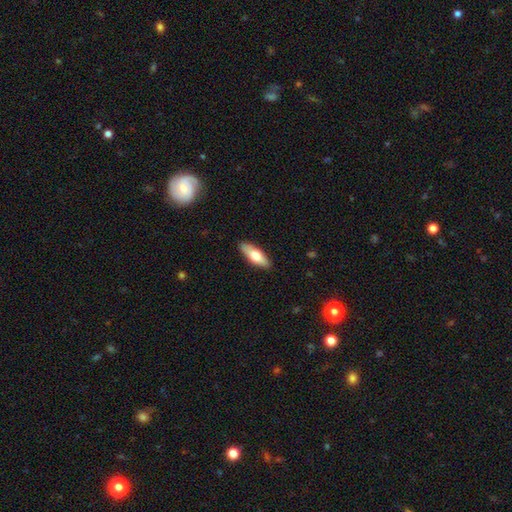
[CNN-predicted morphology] Smooth or featured: smooth — 67% (featured or disk — 27%)
How rounded: in between — 63% (cigar-shaped — 35%)
Merging: none — 88% (minor disturbance — 10%)